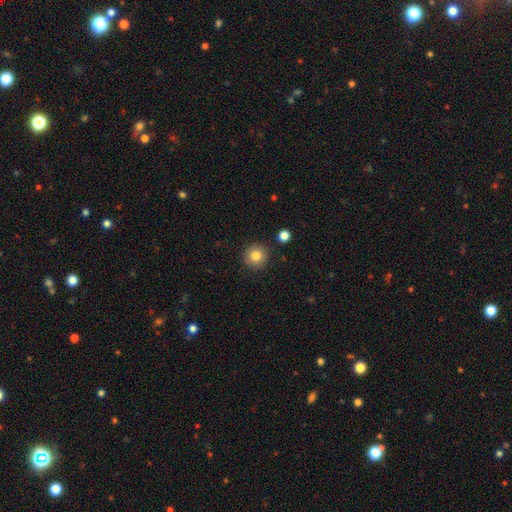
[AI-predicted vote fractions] Smooth or featured?
  - smooth: 82% *
  - star or artifact: 10%
  - featured or disk: 7%
How rounded?
  - round: 94% *
  - in between: 5%
  - cigar-shaped: 1%
Merging?
  - none: 89% *
  - minor disturbance: 7%
  - merger: 2%
  - major disturbance: 2%